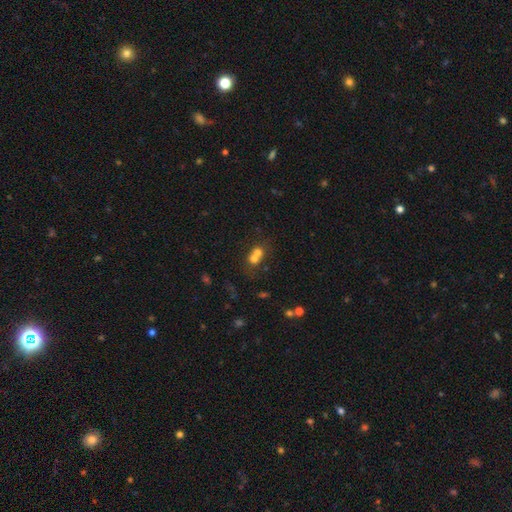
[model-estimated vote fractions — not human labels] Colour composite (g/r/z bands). It shows a smooth galaxy with no disk features (64%) that is round (76%). Merging: merger (66%).